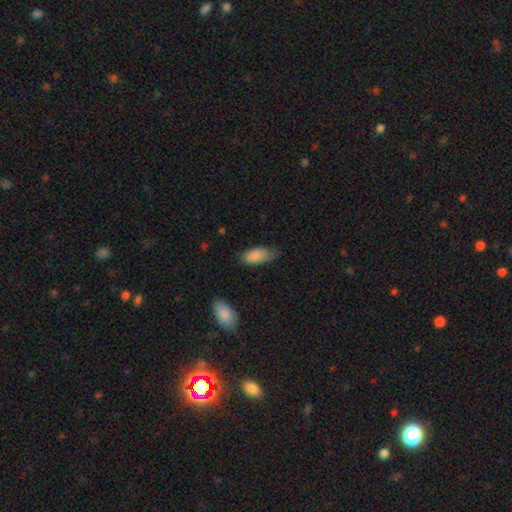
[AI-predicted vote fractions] This appears to be a smooth galaxy with no disk features (87%) that is in between round and cigar-shaped (89%). Merging: none (56%).